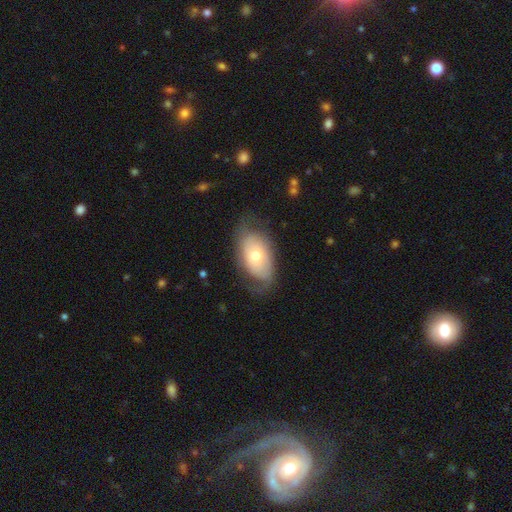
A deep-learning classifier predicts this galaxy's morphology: A smooth galaxy with no disk features (48%).

Vote fractions:
- Smooth or featured? smooth: 48% / featured or disk: 45% / star or artifact: 7%
- Merging? none: 59% / minor disturbance: 25% / major disturbance: 15% / merger: 1%